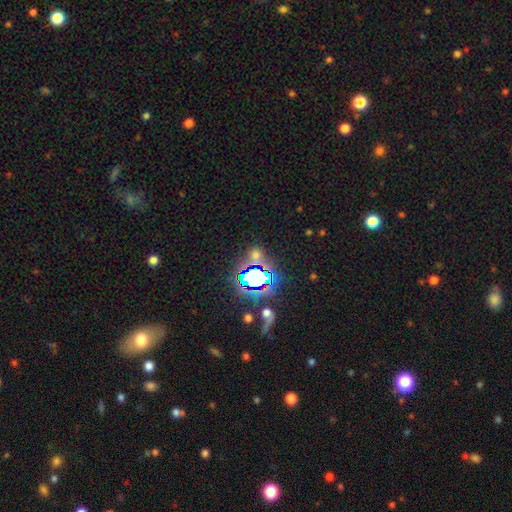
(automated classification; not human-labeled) A star or artifact, not a galaxy (53%).

Vote fractions:
- Smooth or featured? star or artifact: 53% / smooth: 38% / featured or disk: 9%